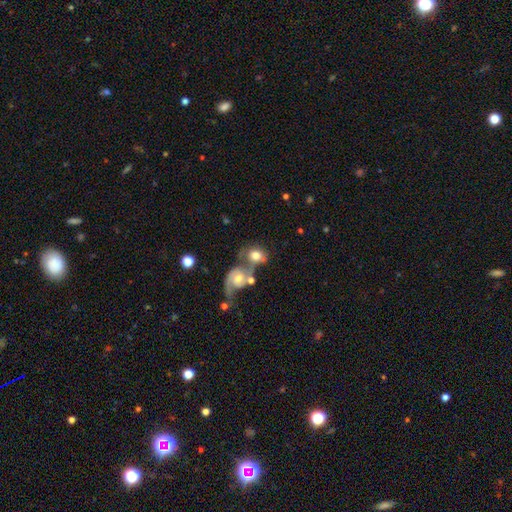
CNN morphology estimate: type=smooth (54%); roundness=in between (51%); merging=merger (54%).